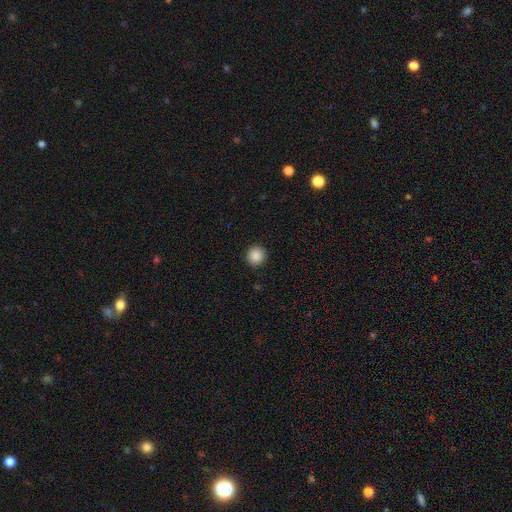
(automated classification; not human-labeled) Smooth or featured?
  - smooth: 87% *
  - star or artifact: 9%
  - featured or disk: 3%
How rounded?
  - round: 93% *
  - in between: 6%
  - cigar-shaped: 1%
Merging?
  - none: 92% *
  - minor disturbance: 5%
  - major disturbance: 2%
  - merger: 1%